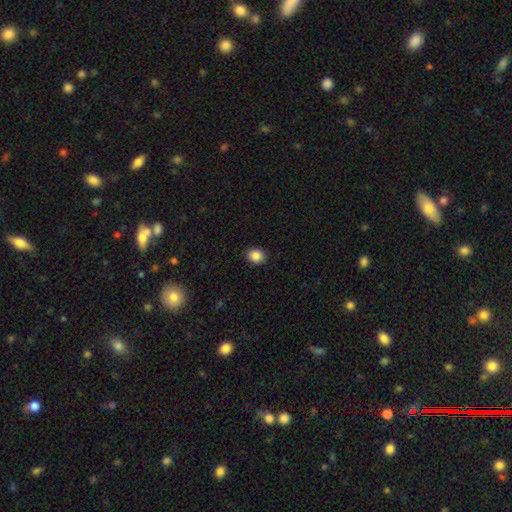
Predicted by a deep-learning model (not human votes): Smooth or featured?
  - smooth: 87% *
  - star or artifact: 9%
  - featured or disk: 4%
How rounded?
  - round: 62% *
  - in between: 37%
  - cigar-shaped: 1%
Merging?
  - none: 91% *
  - minor disturbance: 6%
  - major disturbance: 2%
  - merger: 1%